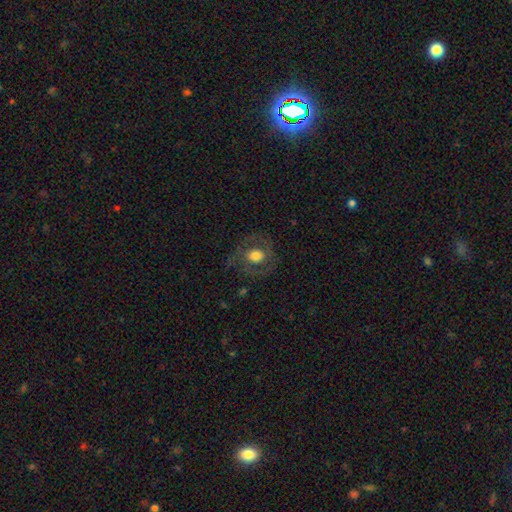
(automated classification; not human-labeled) smooth-or-featured: smooth: 54% | featured or disk: 37% | star or artifact: 10%
  how-rounded: round: 72% | in between: 27% | cigar-shaped: 1%
  merging: none: 72% | minor disturbance: 15% | major disturbance: 11% | merger: 1%